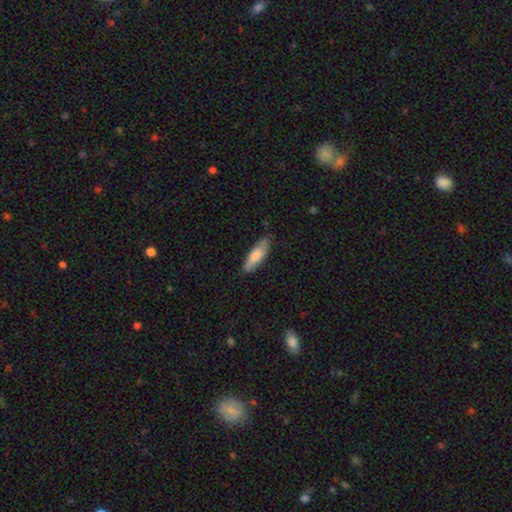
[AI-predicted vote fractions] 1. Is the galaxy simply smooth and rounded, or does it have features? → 77% smooth, 17% featured or disk, 5% star or artifact.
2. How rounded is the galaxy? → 52% in between, 46% cigar-shaped, 2% round.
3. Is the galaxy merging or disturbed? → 76% none, 20% minor disturbance, 3% major disturbance, 1% merger.